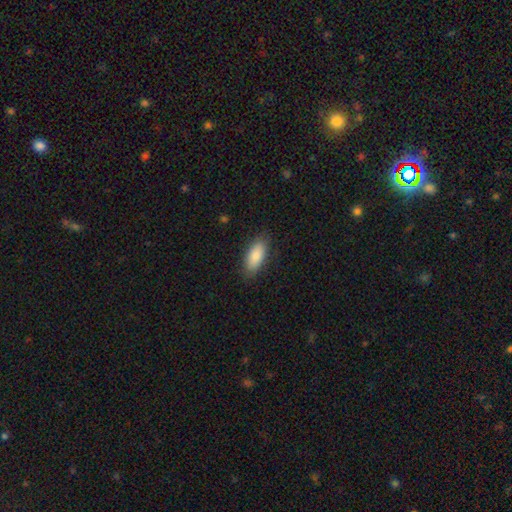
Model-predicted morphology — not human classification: Smooth or featured? Predicted: smooth (p=0.87). How rounded? Predicted: in between (p=0.85). Merging? Predicted: none (p=0.85).